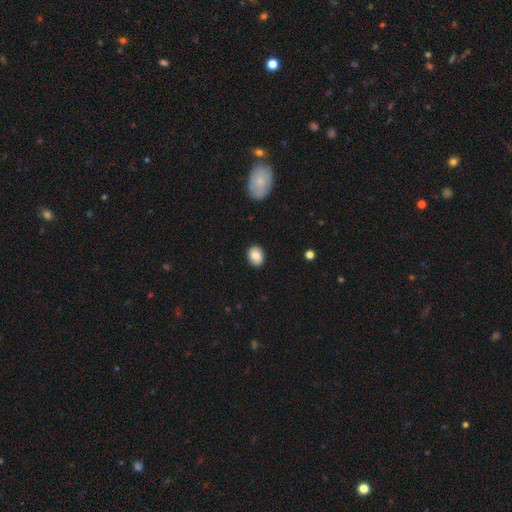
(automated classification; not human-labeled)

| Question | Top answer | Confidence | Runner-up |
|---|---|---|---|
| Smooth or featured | smooth | 83% | featured or disk (9%) |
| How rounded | in between | 60% | round (39%) |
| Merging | none | 89% | minor disturbance (8%) |